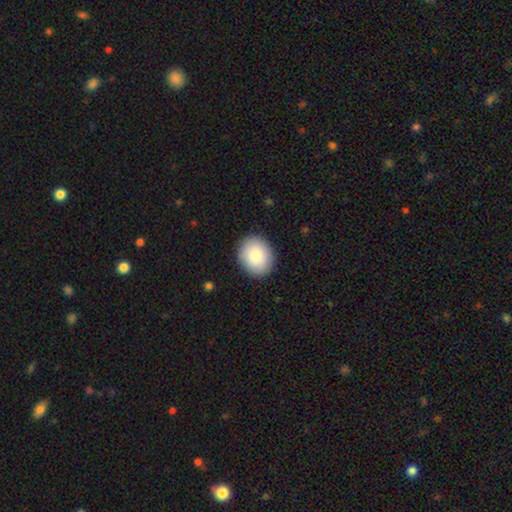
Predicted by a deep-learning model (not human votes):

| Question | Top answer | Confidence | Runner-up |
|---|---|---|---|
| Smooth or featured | smooth | 88% | star or artifact (6%) |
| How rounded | round | 57% | in between (43%) |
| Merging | none | 89% | minor disturbance (8%) |